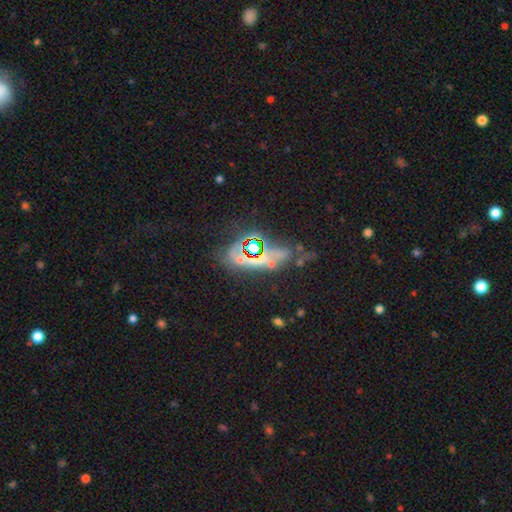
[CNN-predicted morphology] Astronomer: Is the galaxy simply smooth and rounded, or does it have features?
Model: star or artifact — 63%.